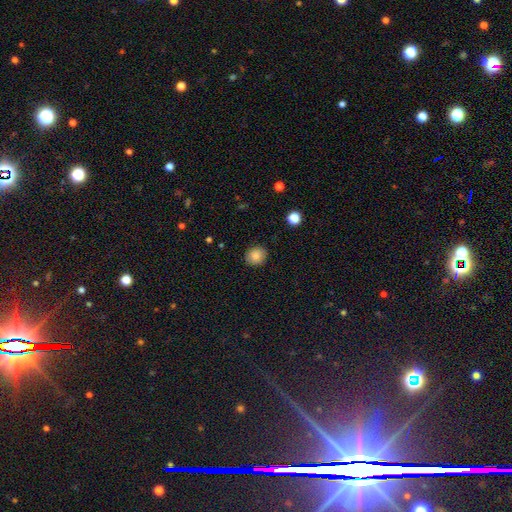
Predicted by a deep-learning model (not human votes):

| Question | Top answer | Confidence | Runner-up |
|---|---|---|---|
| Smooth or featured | smooth | 85% | star or artifact (9%) |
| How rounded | round | 76% | in between (23%) |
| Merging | none | 89% | minor disturbance (8%) |